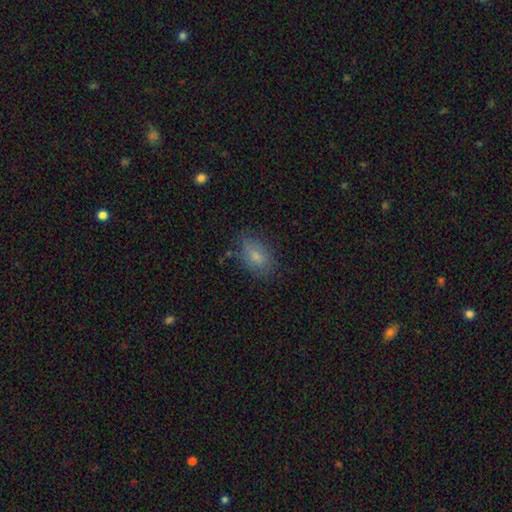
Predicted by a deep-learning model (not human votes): Smooth or featured? smooth (77%)
How rounded? in between (84%)
Merging? none (72%)